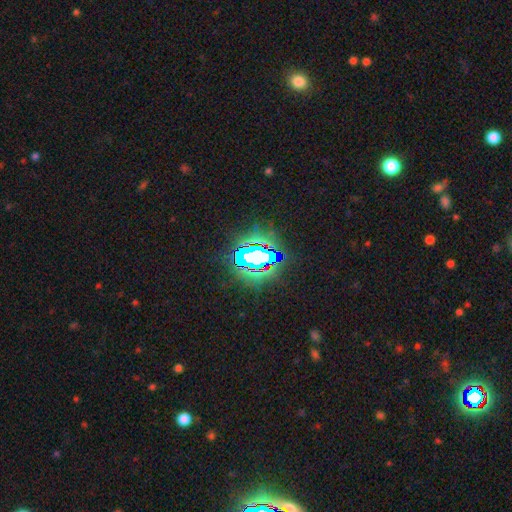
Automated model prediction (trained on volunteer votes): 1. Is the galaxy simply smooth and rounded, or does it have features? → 70% star or artifact, 17% smooth, 13% featured or disk.